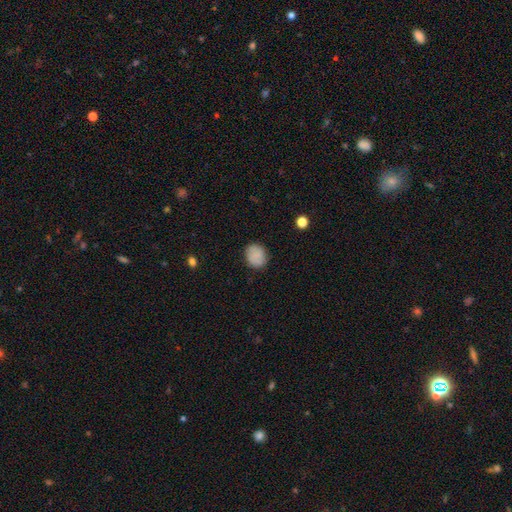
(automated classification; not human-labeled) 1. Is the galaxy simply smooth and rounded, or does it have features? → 86% smooth, 9% star or artifact, 6% featured or disk.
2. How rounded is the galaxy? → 60% round, 39% in between, 1% cigar-shaped.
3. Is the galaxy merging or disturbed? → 86% none, 11% minor disturbance, 3% major disturbance, 1% merger.